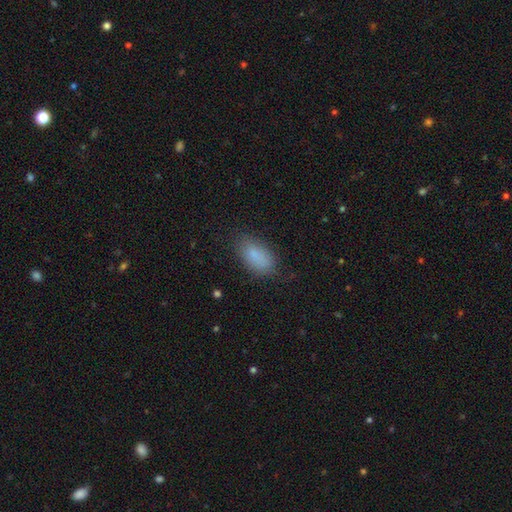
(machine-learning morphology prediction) Smooth or featured?
  - smooth: 84% *
  - star or artifact: 9%
  - featured or disk: 6%
How rounded?
  - in between: 91% *
  - cigar-shaped: 4%
  - round: 4%
Merging?
  - none: 81% *
  - minor disturbance: 14%
  - major disturbance: 4%
  - merger: 1%